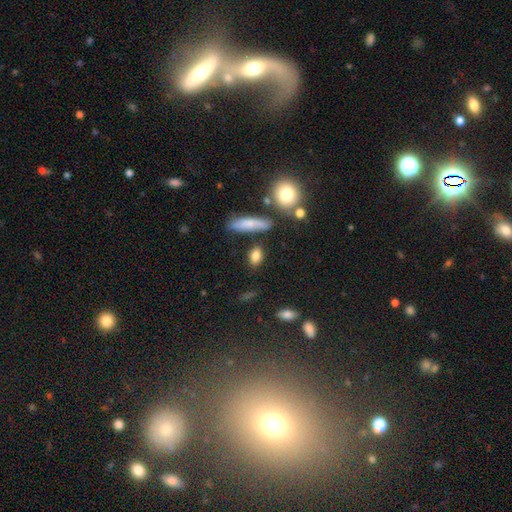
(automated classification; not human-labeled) A smooth galaxy with no disk features (80%) that is in between round and cigar-shaped (73%).

Vote fractions:
- Smooth or featured? smooth: 80% / featured or disk: 10% / star or artifact: 10%
- How rounded? in between: 73% / round: 15% / cigar-shaped: 12%
- Merging? none: 76% / minor disturbance: 13% / merger: 7% / major disturbance: 4%